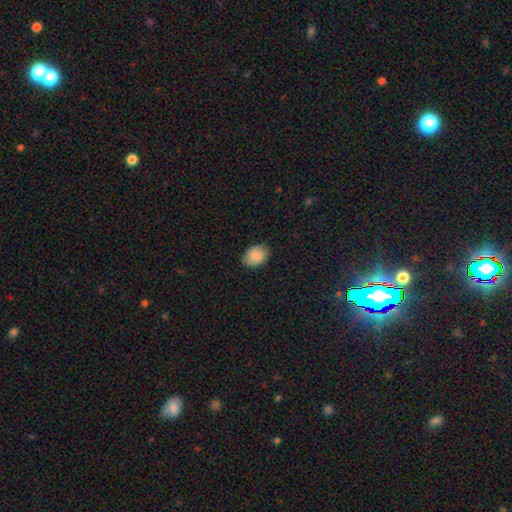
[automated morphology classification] This appears to be a smooth galaxy with no disk features (88%) that is in between round and cigar-shaped (76%). Merging: none (84%).